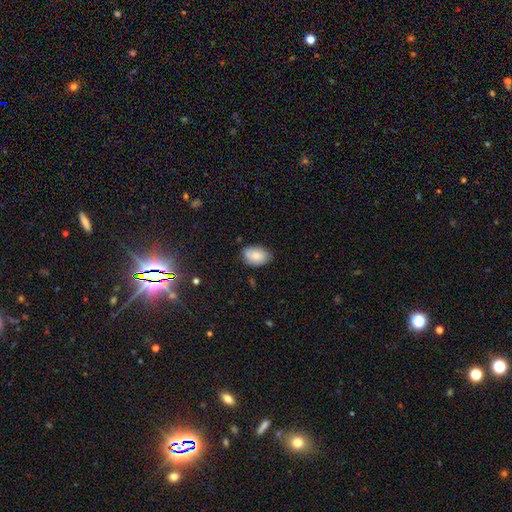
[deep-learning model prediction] smooth_or_featured: smooth (p=0.83) [alt: featured or disk p=0.10]
how_rounded: in between (p=0.87) [alt: round p=0.12]
merging: none (p=0.69) [alt: minor disturbance p=0.25]